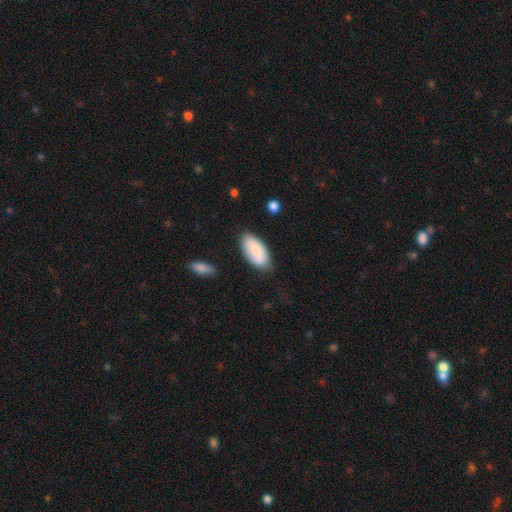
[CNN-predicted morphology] A smooth galaxy with no disk features (86%) that is in between round and cigar-shaped (93%). Merging: none (73%).